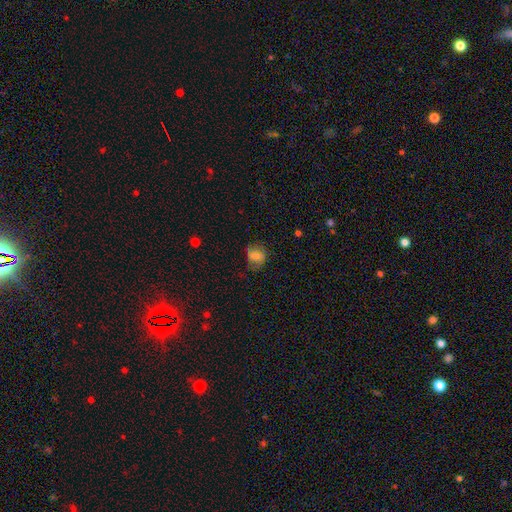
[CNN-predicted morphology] smooth-or-featured: smooth: 62% | featured or disk: 27% | star or artifact: 11%
  how-rounded: round: 50% | in between: 48% | cigar-shaped: 2%
  merging: none: 65% | minor disturbance: 23% | major disturbance: 11% | merger: 2%